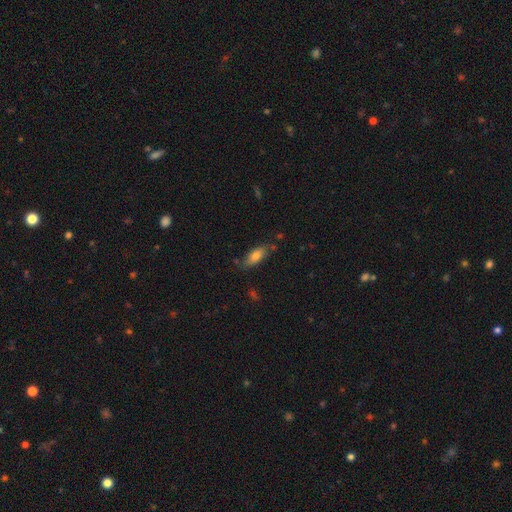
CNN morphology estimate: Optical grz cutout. It shows a smooth galaxy with no disk features (75%) that is in between round and cigar-shaped (75%). Merging: none (71%).